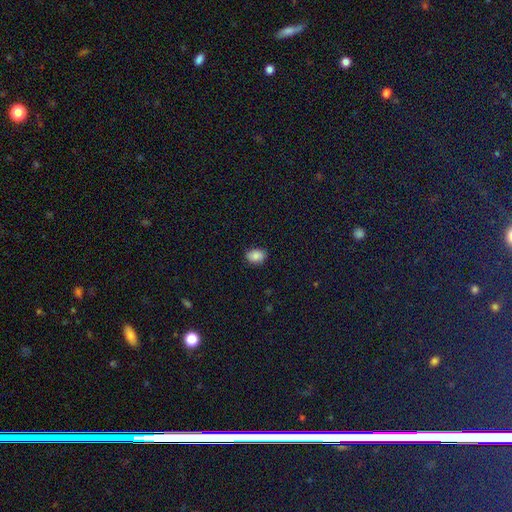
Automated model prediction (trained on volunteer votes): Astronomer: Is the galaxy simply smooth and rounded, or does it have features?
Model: smooth — 84%.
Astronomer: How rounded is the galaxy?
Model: in between — 73%.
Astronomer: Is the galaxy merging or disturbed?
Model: none — 82%.